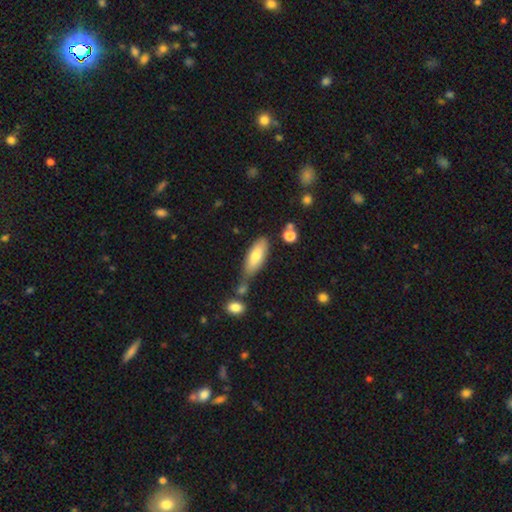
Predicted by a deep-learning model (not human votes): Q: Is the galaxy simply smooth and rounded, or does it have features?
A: smooth — 72%.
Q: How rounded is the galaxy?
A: in between — 60%.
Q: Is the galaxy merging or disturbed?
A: none — 59%.